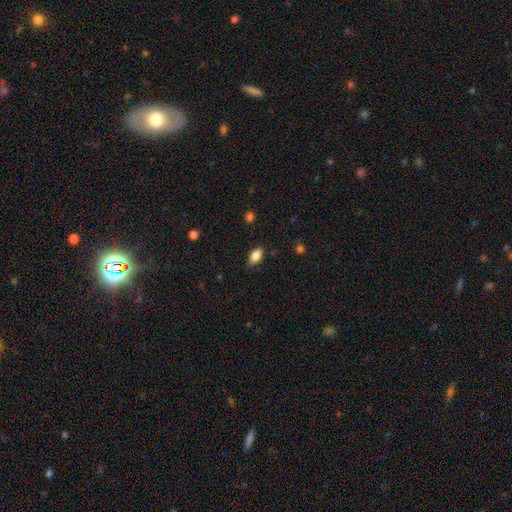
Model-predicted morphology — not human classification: Smooth or featured? Predicted: smooth (p=0.85). How rounded? Predicted: in between (p=0.91). Merging? Predicted: none (p=0.85).